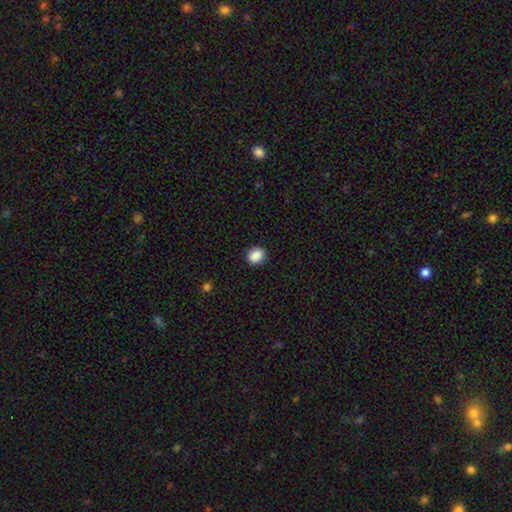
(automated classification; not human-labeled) smooth_or_featured: smooth (p=0.89) [alt: star or artifact p=0.08]
how_rounded: round (p=0.63) [alt: in between p=0.36]
merging: none (p=0.90) [alt: minor disturbance p=0.07]